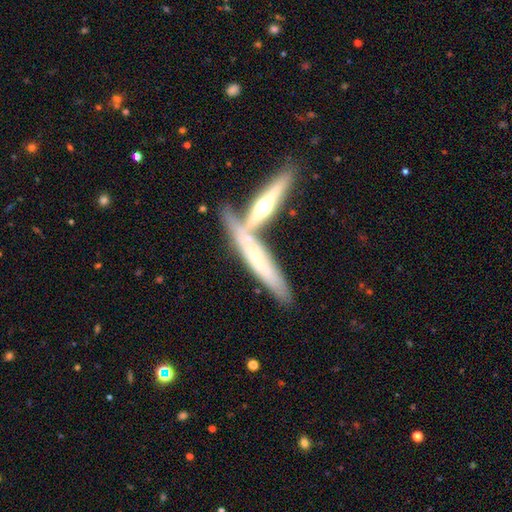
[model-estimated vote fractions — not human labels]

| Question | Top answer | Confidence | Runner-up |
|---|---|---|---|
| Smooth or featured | featured or disk | 60% | smooth (33%) |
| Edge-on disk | yes | 87% | no (13%) |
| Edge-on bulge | rounded | 58% | none (35%) |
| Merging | none | 48% | merger (37%) |